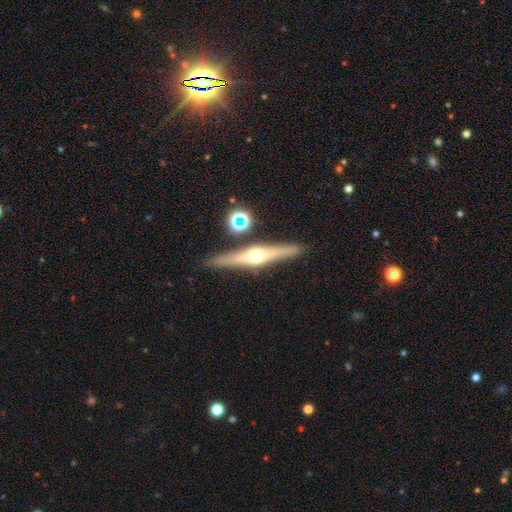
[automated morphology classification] Smooth or featured? featured or disk (71%)
Edge-on disk? yes (97%)
Edge-on bulge? rounded (93%)
Merging? none (88%)